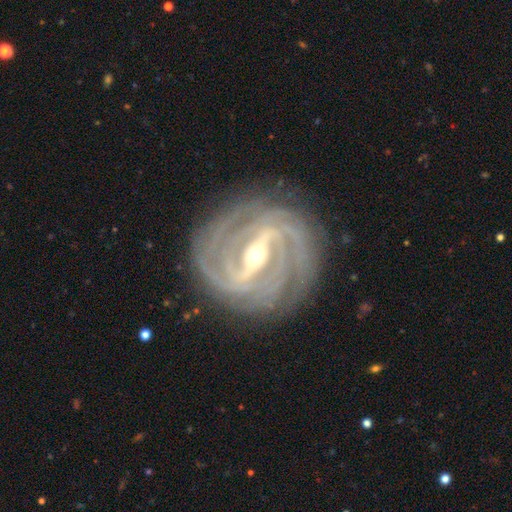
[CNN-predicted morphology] smooth-or-featured: featured or disk: 92% | star or artifact: 5% | smooth: 3%
  disk-edge-on: no: 95% | yes: 5%
    bar: strong: 69% | weak: 23% | no: 8%
    has-spiral-arms: yes: 98% | no: 2%
      spiral-winding: tight: 76% | medium: 20% | loose: 3%
      spiral-arm-count: 4: 29% | 3: 25% | 2: 15% | can't tell: 15% | more than 4: 11% | 1: 6%
    bulge-size: small: 55% | moderate: 41% | large: 2% | none: 1% | dominant: 1%
  merging: none: 83% | minor disturbance: 12% | major disturbance: 4% | merger: 1%